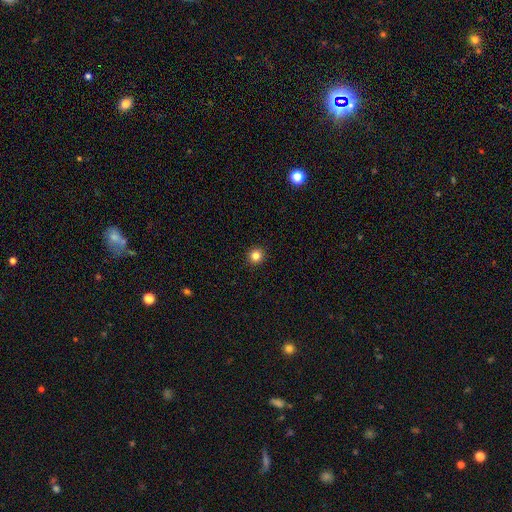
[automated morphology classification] smooth 83%, star or artifact 12%, featured or disk 5%. Down the decision tree: how rounded — round (93%); merging — none (93%).